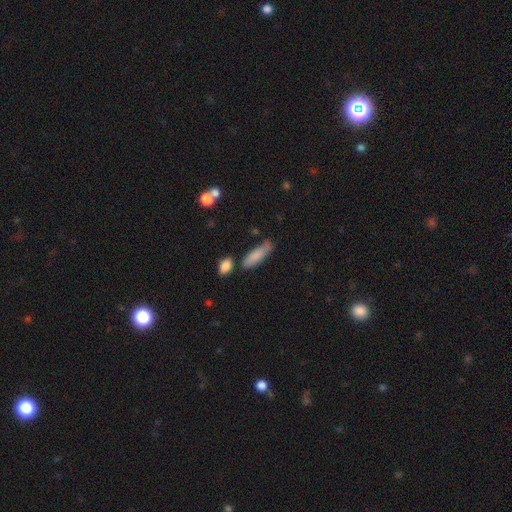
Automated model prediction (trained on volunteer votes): Smooth or featured? Predicted: smooth (p=0.82). How rounded? Predicted: cigar-shaped (p=0.53). Merging? Predicted: none (p=0.61).